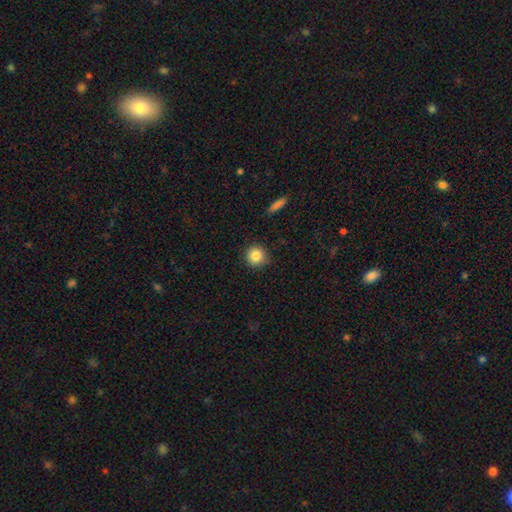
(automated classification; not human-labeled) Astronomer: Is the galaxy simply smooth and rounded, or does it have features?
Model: smooth — 84%.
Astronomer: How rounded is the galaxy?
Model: round — 93%.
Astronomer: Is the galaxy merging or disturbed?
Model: none — 89%.